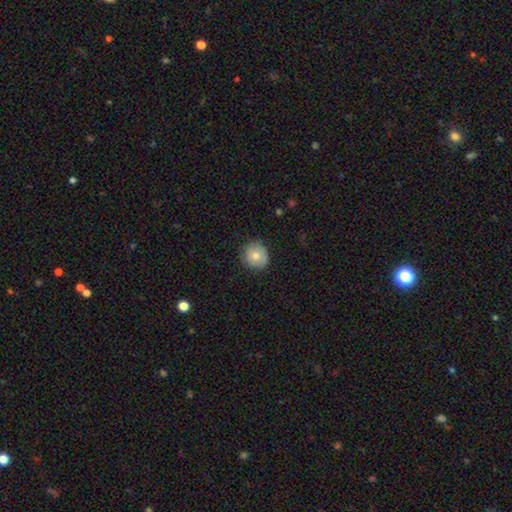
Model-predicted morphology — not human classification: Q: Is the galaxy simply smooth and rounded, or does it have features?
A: smooth — 74%.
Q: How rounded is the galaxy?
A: round — 91%.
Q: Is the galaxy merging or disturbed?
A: none — 83%.